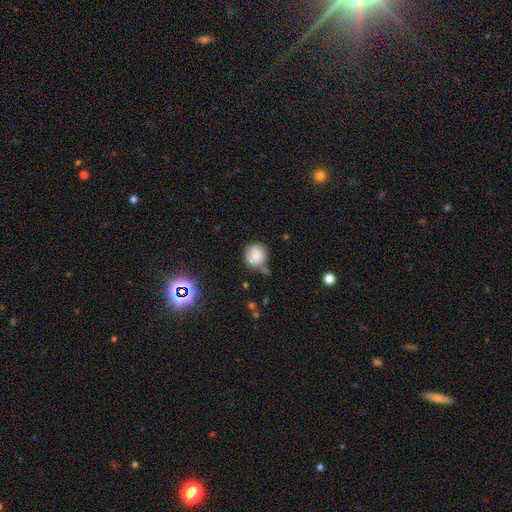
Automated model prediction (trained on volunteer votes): Smooth or featured?
  - smooth: 67% *
  - featured or disk: 22%
  - star or artifact: 11%
How rounded?
  - round: 81% *
  - in between: 18%
  - cigar-shaped: 1%
Merging?
  - none: 55% *
  - minor disturbance: 28%
  - merger: 10%
  - major disturbance: 7%